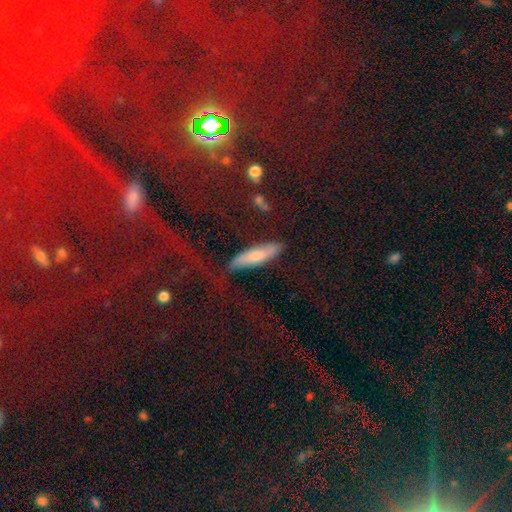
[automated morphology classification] A smooth galaxy with no disk features (61%) that is cigar-shaped (69%). Merging: none (65%).